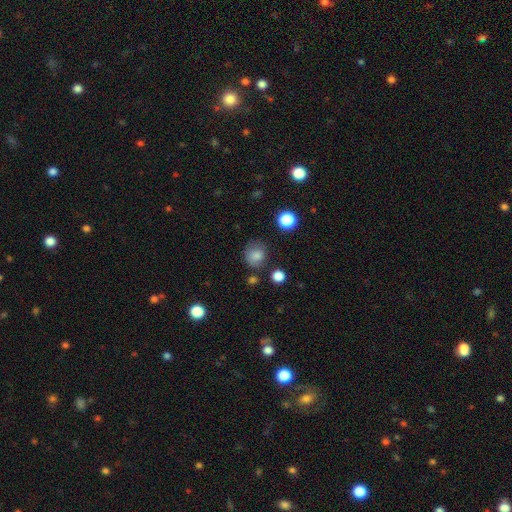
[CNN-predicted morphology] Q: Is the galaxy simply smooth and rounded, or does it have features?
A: smooth — 81%.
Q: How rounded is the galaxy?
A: round — 81%.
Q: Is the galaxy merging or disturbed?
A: none — 70%.